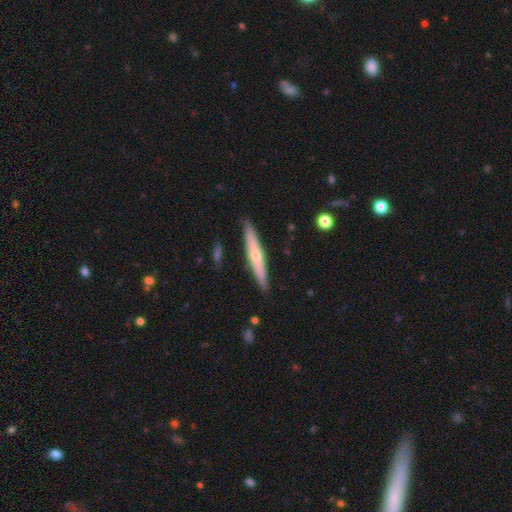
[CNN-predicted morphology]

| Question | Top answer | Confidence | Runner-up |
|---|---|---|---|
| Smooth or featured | featured or disk | 52% | smooth (42%) |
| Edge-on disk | yes | 92% | no (8%) |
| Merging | none | 89% | minor disturbance (8%) |